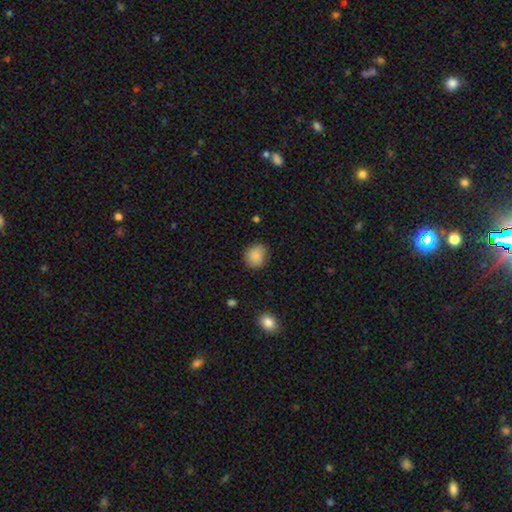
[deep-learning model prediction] This appears to be a smooth galaxy with no disk features (84%) that is round (83%). Merging: none (76%).